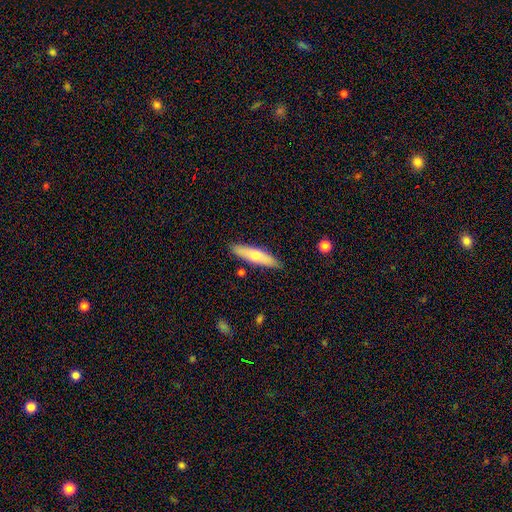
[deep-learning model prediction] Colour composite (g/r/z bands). It shows a smooth galaxy with no disk features (60%) that is cigar-shaped (67%). Merging: none (85%).